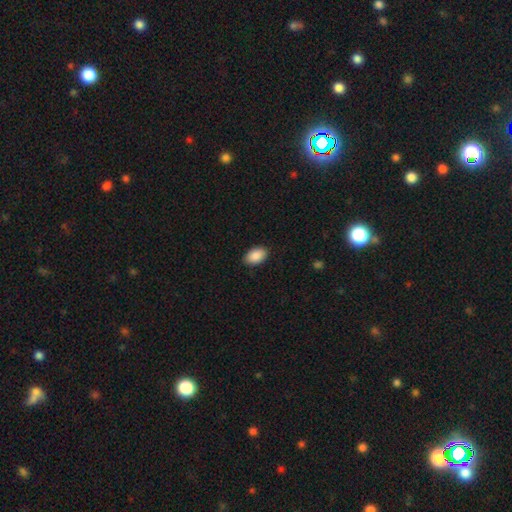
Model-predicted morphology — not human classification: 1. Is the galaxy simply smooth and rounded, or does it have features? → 90% smooth, 7% star or artifact, 3% featured or disk.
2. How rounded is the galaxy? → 91% in between, 8% round, 1% cigar-shaped.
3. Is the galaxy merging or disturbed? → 88% none, 9% minor disturbance, 2% major disturbance, 1% merger.